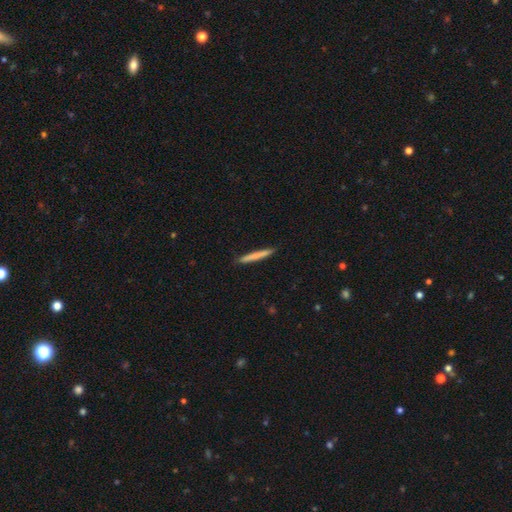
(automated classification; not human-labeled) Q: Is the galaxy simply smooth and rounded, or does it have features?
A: smooth — 72%.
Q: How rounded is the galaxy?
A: cigar-shaped — 97%.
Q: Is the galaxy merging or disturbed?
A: none — 91%.